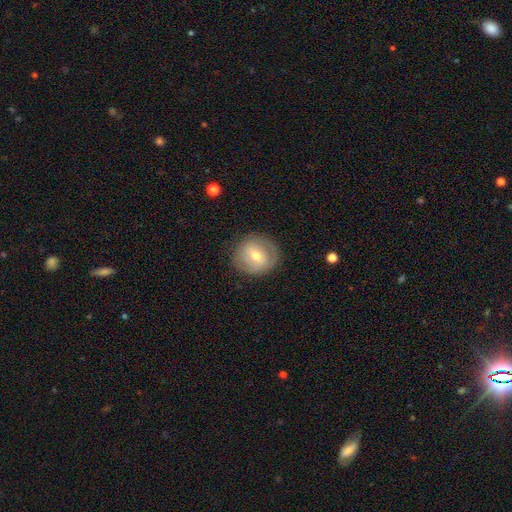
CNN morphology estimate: Smooth or featured? Predicted: smooth (p=0.47). Merging? Predicted: none (p=0.81).